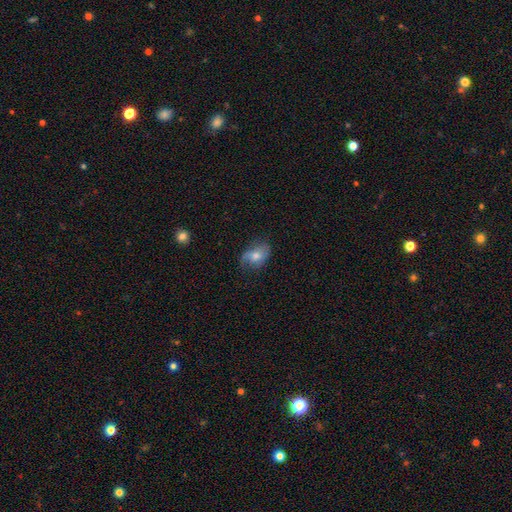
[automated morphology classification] smooth_or_featured: smooth (p=0.55) [alt: featured or disk p=0.36]
how_rounded: in between (p=0.79) [alt: round p=0.19]
merging: none (p=0.55) [alt: minor disturbance p=0.30]